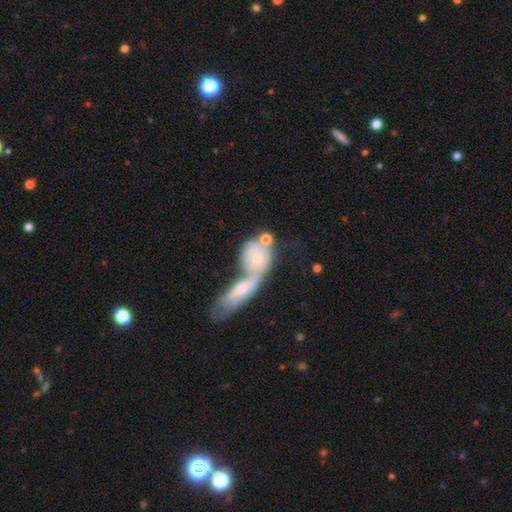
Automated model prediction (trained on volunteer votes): smooth-or-featured: smooth: 58% | featured or disk: 35% | star or artifact: 7%
  how-rounded: in between: 53% | round: 38% | cigar-shaped: 9%
  merging: merger: 65% | none: 18% | minor disturbance: 9% | major disturbance: 7%